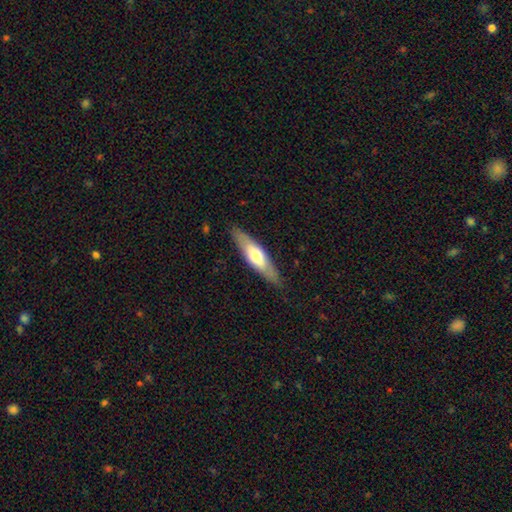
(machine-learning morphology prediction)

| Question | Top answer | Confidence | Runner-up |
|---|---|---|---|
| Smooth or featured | smooth | 51% | featured or disk (45%) |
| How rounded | cigar-shaped | 65% | in between (34%) |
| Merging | none | 85% | minor disturbance (11%) |